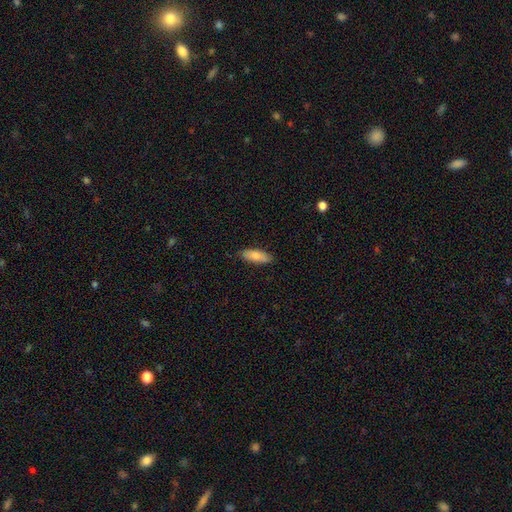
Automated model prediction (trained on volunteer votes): This is clearly a smooth galaxy (80%). How rounded: likely in between (71%). Merging: clearly none (87%).